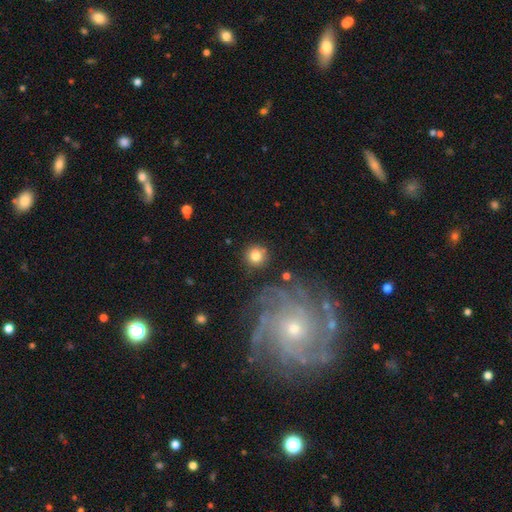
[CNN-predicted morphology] Smooth or featured? Predicted: smooth (p=0.78). How rounded? Predicted: round (p=0.92). Merging? Predicted: none (p=0.80).